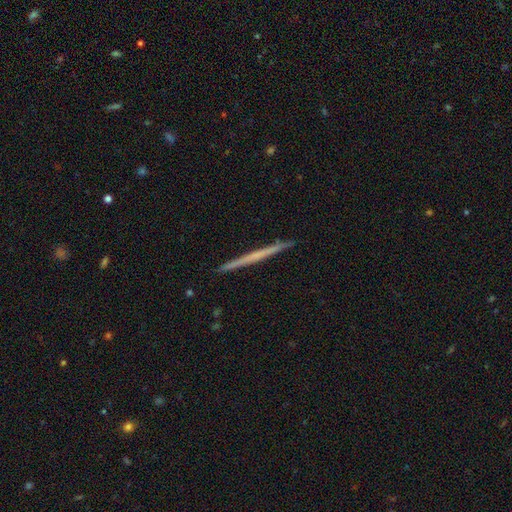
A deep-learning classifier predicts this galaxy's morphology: Smooth or featured: featured or disk — 56% (smooth — 39%)
Edge-on disk: yes — 98% (no — 2%)
Edge-on bulge: none — 89% (rounded — 8%)
Merging: none — 93% (minor disturbance — 5%)